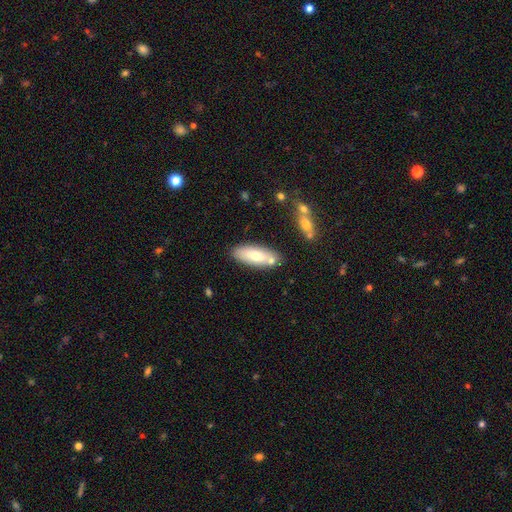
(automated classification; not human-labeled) Morphology: type=smooth (75%); roundness=in between (68%); merging=none (76%).